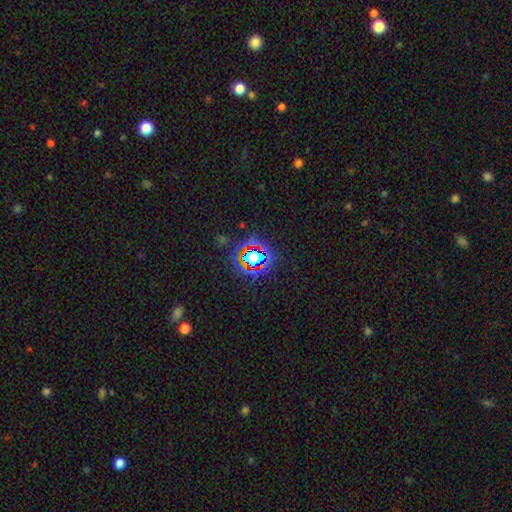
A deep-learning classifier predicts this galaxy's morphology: This is clearly a star or artifact rather than a galaxy (80%).